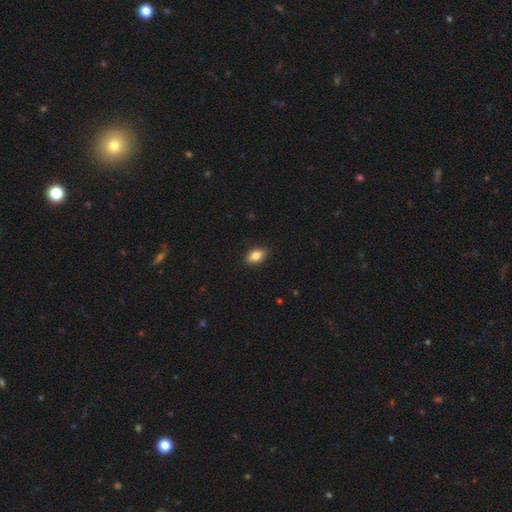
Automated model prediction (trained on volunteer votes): smooth_or_featured: smooth (p=0.83) [alt: featured or disk p=0.09]
how_rounded: in between (p=0.87) [alt: round p=0.10]
merging: none (p=0.88) [alt: minor disturbance p=0.09]